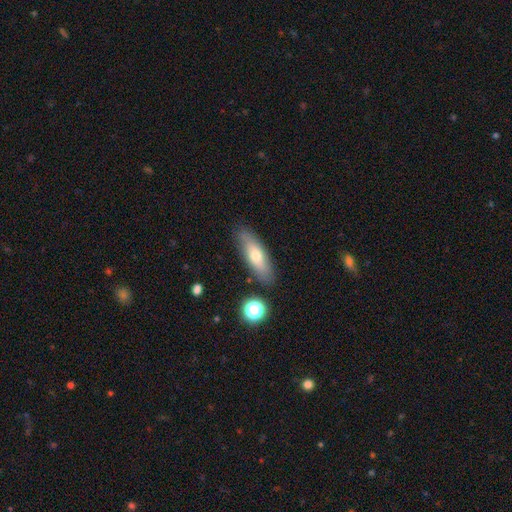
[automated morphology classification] A smooth galaxy with no disk features (62%) that is in between round and cigar-shaped (51%).

Vote fractions:
- Smooth or featured? smooth: 62% / featured or disk: 30% / star or artifact: 8%
- How rounded? in between: 51% / cigar-shaped: 46% / round: 3%
- Merging? none: 84% / minor disturbance: 11% / merger: 3% / major disturbance: 2%